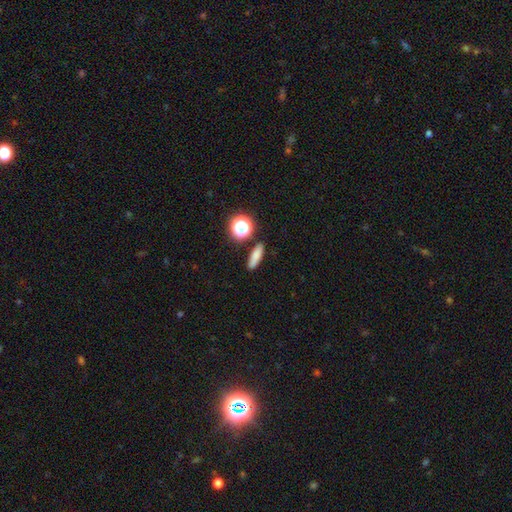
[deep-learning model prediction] Smooth or featured? smooth (79%)
How rounded? cigar-shaped (55%)
Merging? none (86%)